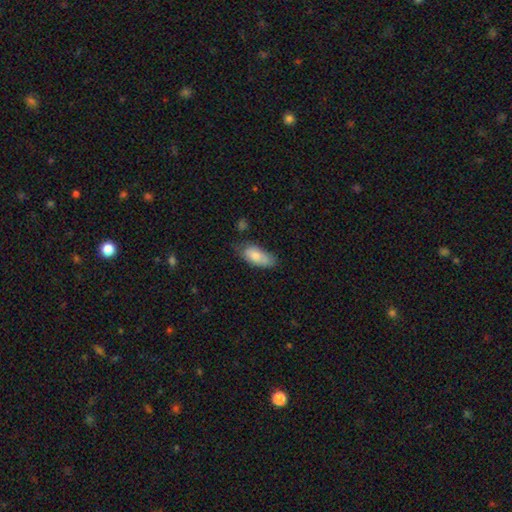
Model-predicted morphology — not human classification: Smooth or featured? smooth (78%)
How rounded? in between (88%)
Merging? none (57%)